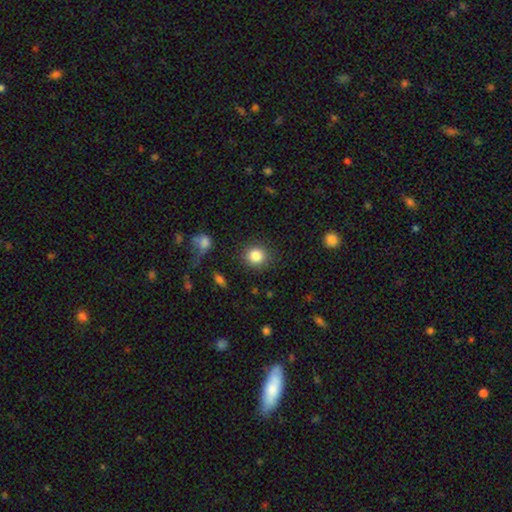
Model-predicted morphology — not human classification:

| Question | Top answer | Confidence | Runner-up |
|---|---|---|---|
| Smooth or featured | smooth | 85% | star or artifact (10%) |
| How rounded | round | 86% | in between (13%) |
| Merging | none | 87% | minor disturbance (8%) |